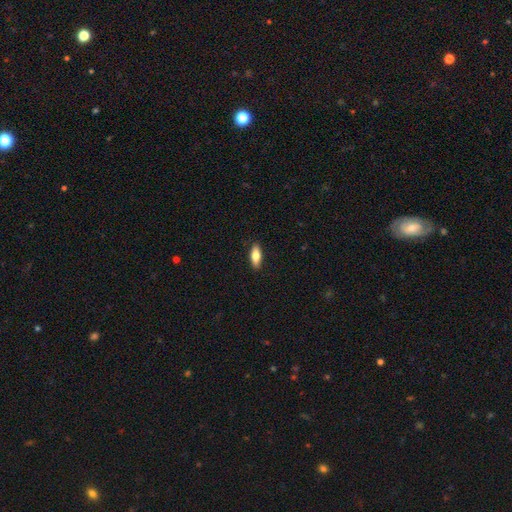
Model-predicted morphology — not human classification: A smooth galaxy with no disk features (75%) that is in between round and cigar-shaped (71%). Merging: none (90%).